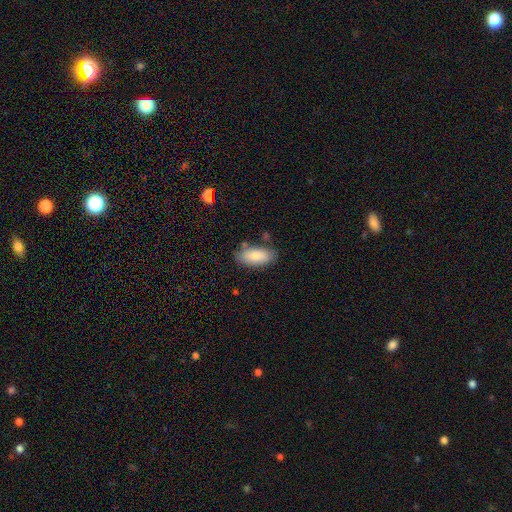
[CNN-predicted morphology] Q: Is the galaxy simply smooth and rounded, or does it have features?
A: smooth — 83%.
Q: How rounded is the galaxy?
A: in between — 90%.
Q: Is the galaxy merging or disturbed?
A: none — 75%.